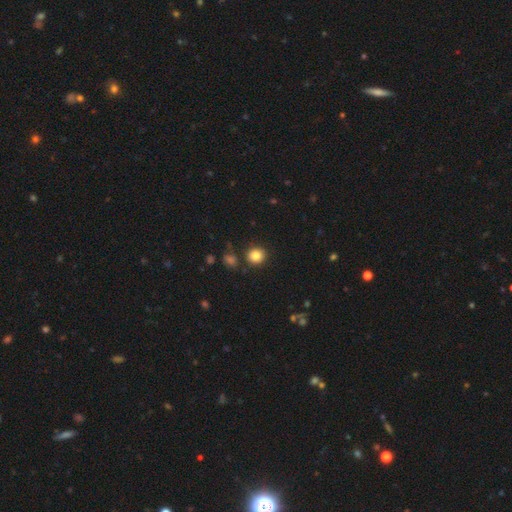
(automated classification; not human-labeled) This appears to be a smooth galaxy with no disk features (84%) that is round (87%). Merging: none (86%).